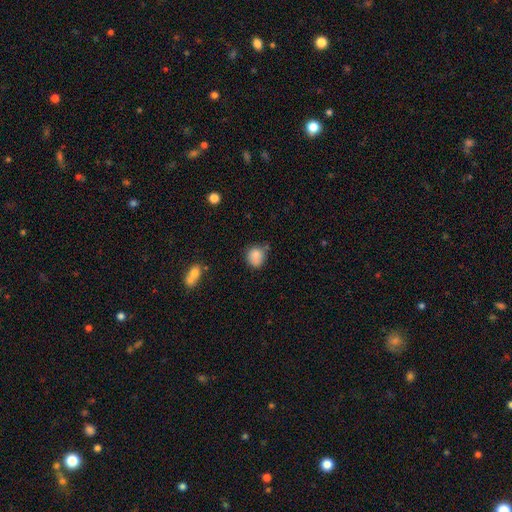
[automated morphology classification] Q: Smooth or featured?
A: smooth (84%); runner-up: star or artifact (10%)
Q: How rounded?
A: round (76%); runner-up: in between (23%)
Q: Merging?
A: none (60%); runner-up: minor disturbance (26%)